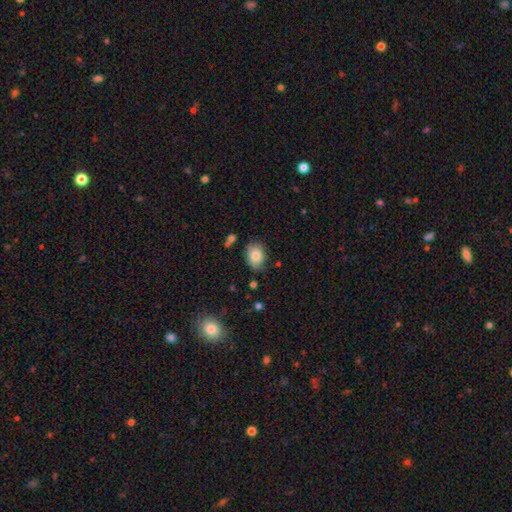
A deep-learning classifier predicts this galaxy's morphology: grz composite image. It shows a smooth galaxy with no disk features (82%) that is in between round and cigar-shaped (73%). Merging: none (69%).